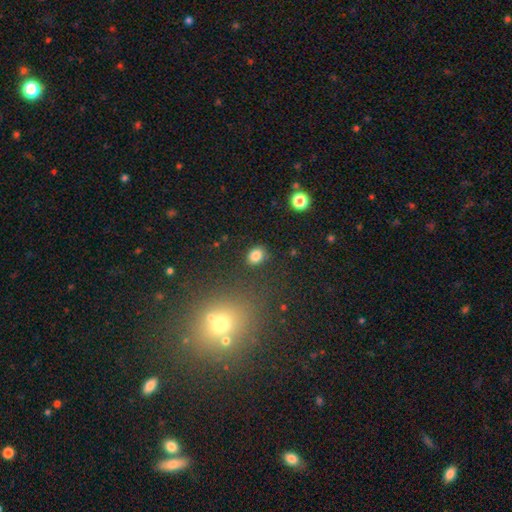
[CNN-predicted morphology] A smooth galaxy with no disk features (83%) that is in between round and cigar-shaped (54%). Merging: none (85%).